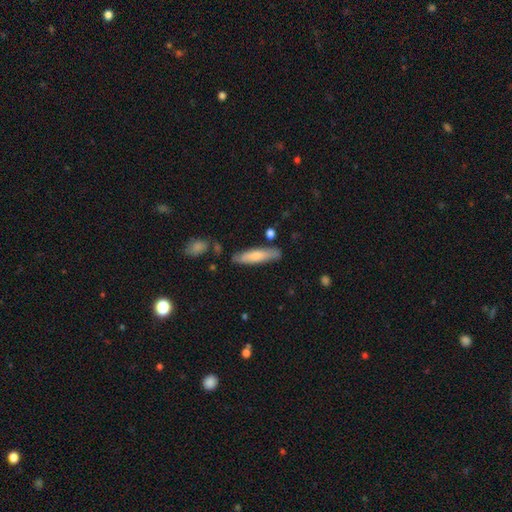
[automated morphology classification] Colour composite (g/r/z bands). It shows a smooth galaxy with no disk features (69%) that is cigar-shaped (73%). Merging: none (80%).